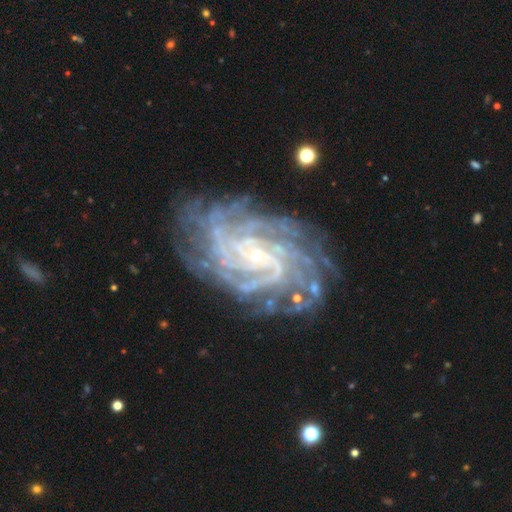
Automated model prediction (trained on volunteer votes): featured or disk 91%, star or artifact 6%, smooth 3%. Down the decision tree: edge-on disk — no (97%); bar — no (53%); spiral arms — yes (98%); spiral arm count — more than 4 (28%); spiral winding — tight (74%); bulge size — small (85%); merging — none (76%).